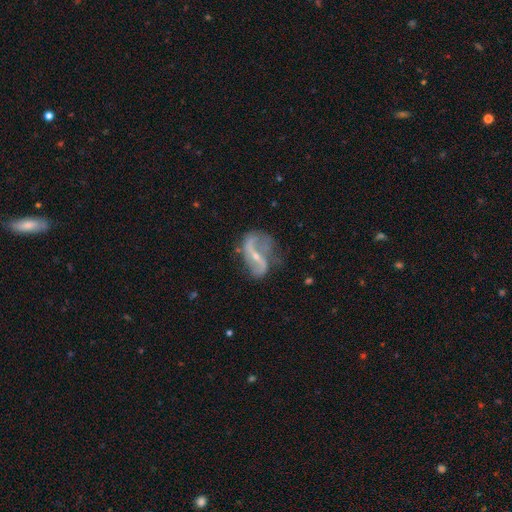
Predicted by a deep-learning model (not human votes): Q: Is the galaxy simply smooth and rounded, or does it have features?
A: featured or disk — 87%.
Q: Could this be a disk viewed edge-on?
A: no — 96%.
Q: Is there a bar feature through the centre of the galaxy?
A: strong — 47%.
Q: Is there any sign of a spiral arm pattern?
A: yes — 91%.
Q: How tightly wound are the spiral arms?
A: loose — 69%.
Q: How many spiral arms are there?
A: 2 — 88%.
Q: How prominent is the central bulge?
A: small — 68%.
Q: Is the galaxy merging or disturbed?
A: none — 57%.